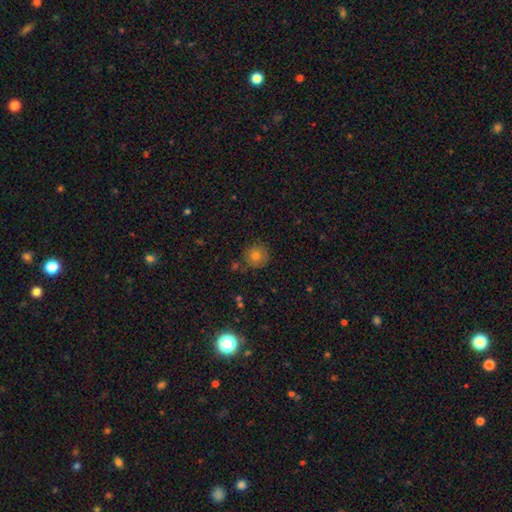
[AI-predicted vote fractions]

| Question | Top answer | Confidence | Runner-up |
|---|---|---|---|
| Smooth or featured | smooth | 76% | star or artifact (14%) |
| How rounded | round | 92% | in between (7%) |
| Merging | none | 81% | minor disturbance (12%) |